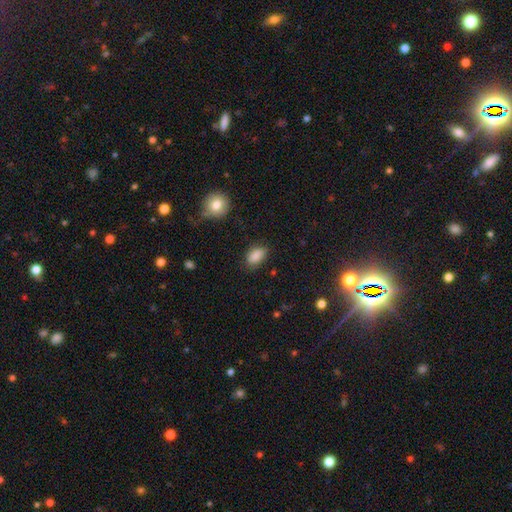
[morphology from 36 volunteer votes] Smooth or featured? smooth (94%)
How rounded? in between (82%)
Merging? none (63%)